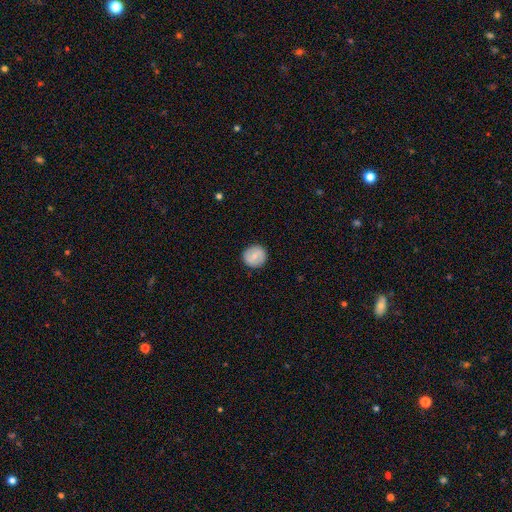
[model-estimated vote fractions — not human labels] A smooth galaxy with no disk features (68%) that is round (92%).

Vote fractions:
- Smooth or featured? smooth: 68% / featured or disk: 25% / star or artifact: 7%
- How rounded? round: 92% / in between: 7% / cigar-shaped: 1%
- Merging? none: 89% / minor disturbance: 8% / major disturbance: 2% / merger: 1%